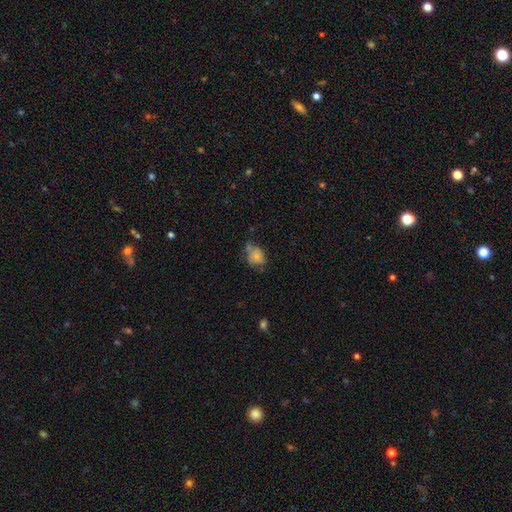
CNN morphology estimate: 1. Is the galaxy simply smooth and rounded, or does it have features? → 64% smooth, 25% featured or disk, 10% star or artifact.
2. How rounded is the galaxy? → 51% in between, 48% round, 1% cigar-shaped.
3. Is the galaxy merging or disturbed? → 40% none, 32% minor disturbance, 16% major disturbance, 12% merger.